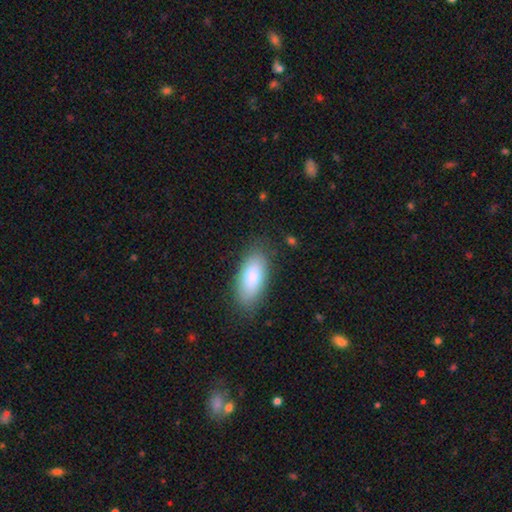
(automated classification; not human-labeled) Q: Smooth or featured?
A: smooth (78%); runner-up: featured or disk (14%)
Q: How rounded?
A: in between (86%); runner-up: cigar-shaped (12%)
Q: Merging?
A: none (85%); runner-up: minor disturbance (11%)